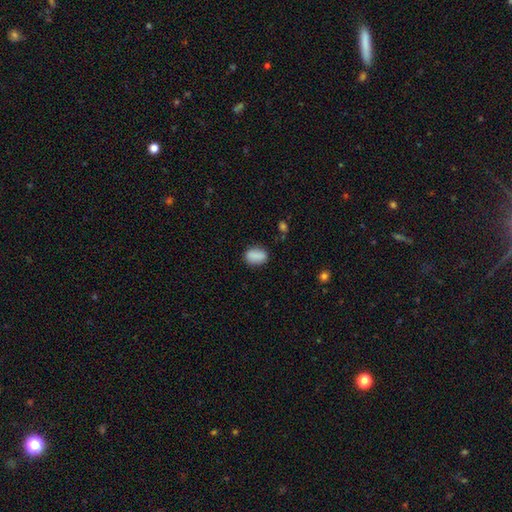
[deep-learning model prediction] Morphology: type=smooth (87%); roundness=in between (81%); merging=none (82%).